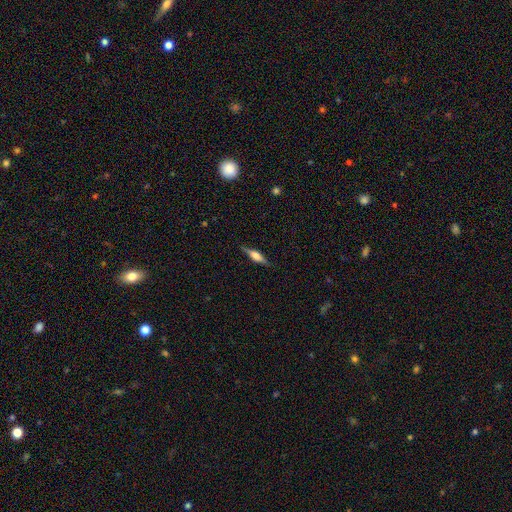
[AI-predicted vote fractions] Q: Smooth or featured?
A: featured or disk (64%); runner-up: smooth (29%)
Q: Edge-on disk?
A: yes (97%); runner-up: no (3%)
Q: Edge-on bulge?
A: rounded (83%); runner-up: boxy (14%)
Q: Merging?
A: none (87%); runner-up: minor disturbance (10%)